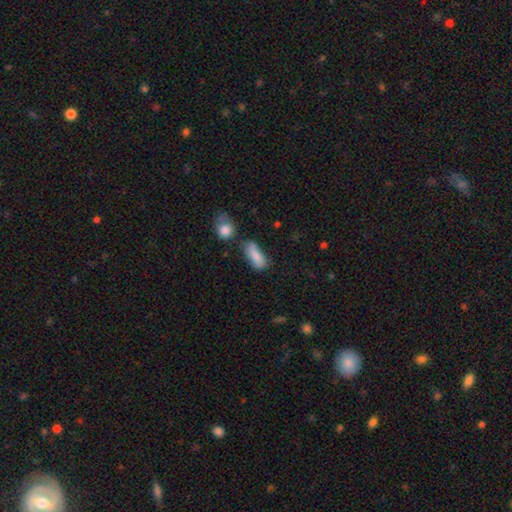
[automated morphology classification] smooth_or_featured: smooth (p=0.83) [alt: featured or disk p=0.09]
how_rounded: in between (p=0.77) [alt: cigar-shaped p=0.19]
merging: none (p=0.48) [alt: minor disturbance p=0.27]